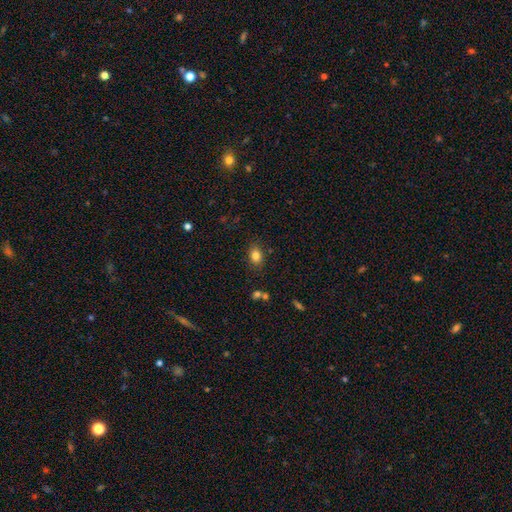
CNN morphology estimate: type=smooth (82%); roundness=in between (68%); merging=none (82%).